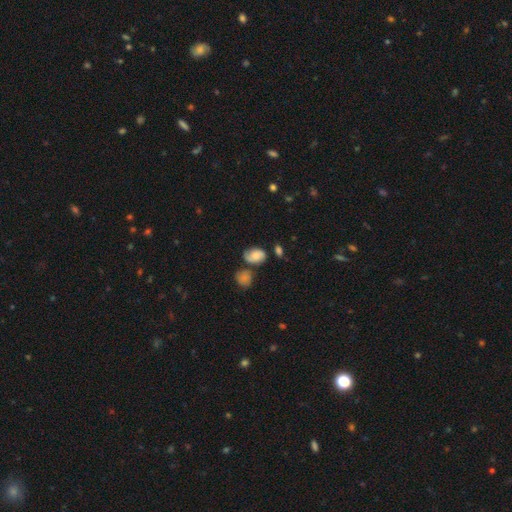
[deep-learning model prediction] Overall: smooth (58%; featured or disk 33%). How rounded: in between (73%). Merging: none (47%; minor disturbance 27%).